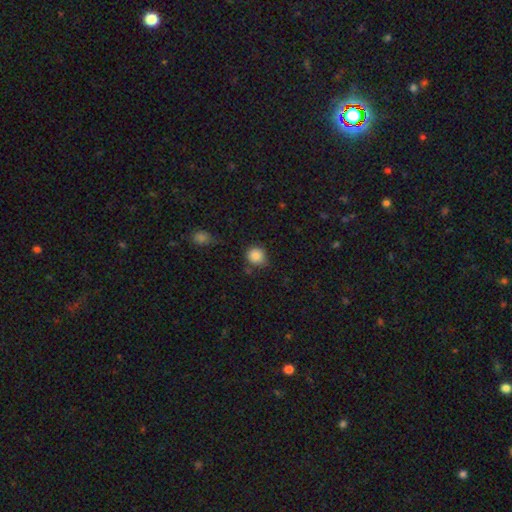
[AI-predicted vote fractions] smooth-or-featured: smooth: 86% | star or artifact: 10% | featured or disk: 4%
  how-rounded: round: 88% | in between: 11% | cigar-shaped: 1%
  merging: none: 76% | minor disturbance: 16% | major disturbance: 4% | merger: 4%